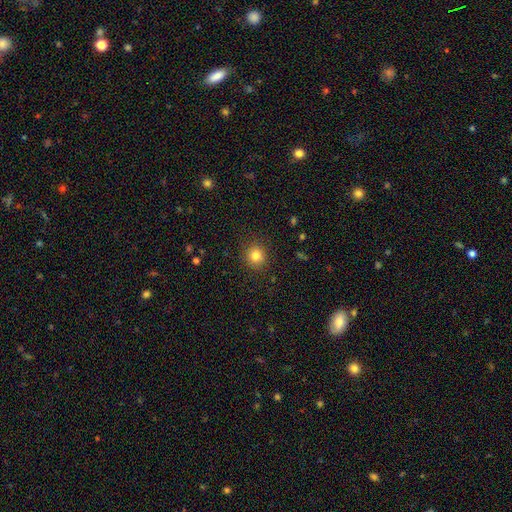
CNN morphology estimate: Smooth or featured: smooth — 82% (star or artifact — 12%)
How rounded: round — 88% (in between — 11%)
Merging: none — 89% (minor disturbance — 7%)